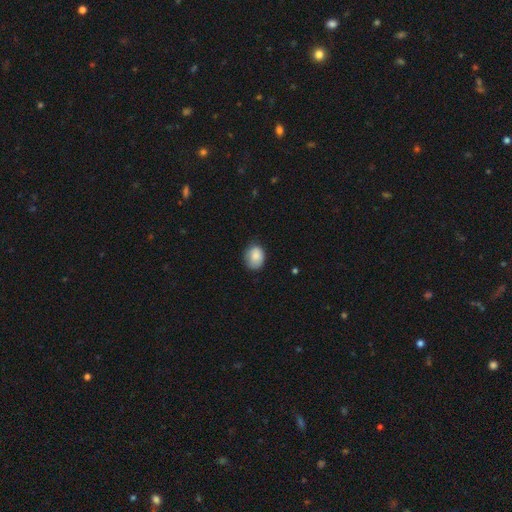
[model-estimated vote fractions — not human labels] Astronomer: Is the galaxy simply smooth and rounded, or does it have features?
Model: smooth — 85%.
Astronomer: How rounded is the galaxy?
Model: in between — 56% (runner-up: round, 43%).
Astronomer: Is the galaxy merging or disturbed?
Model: none — 70%.